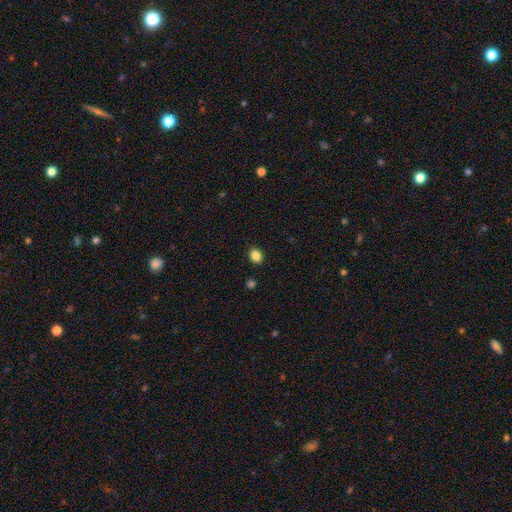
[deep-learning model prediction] This is clearly a smooth galaxy (86%). How rounded: possibly round (56%). Merging: clearly none (90%).